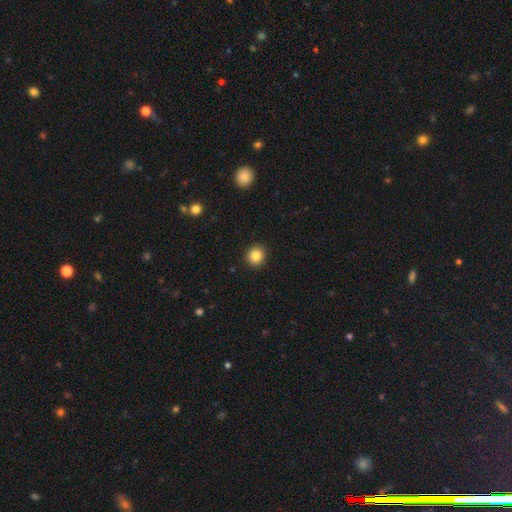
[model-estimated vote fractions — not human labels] This appears to be a smooth galaxy with no disk features (85%) that is round (91%). Merging: none (93%).